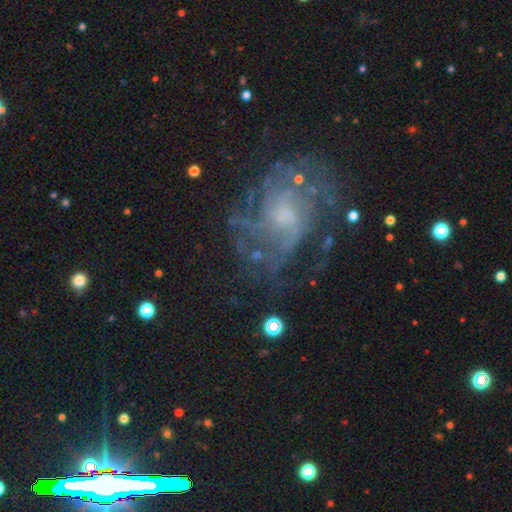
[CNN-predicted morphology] smooth-or-featured: featured or disk: 78% | star or artifact: 12% | smooth: 10%
  disk-edge-on: no: 97% | yes: 3%
    bar: no: 61% | weak: 33% | strong: 6%
    has-spiral-arms: yes: 88% | no: 12%
      spiral-winding: medium: 43% | tight: 35% | loose: 22%
      spiral-arm-count: can't tell: 39% | 2: 17% | 3: 17% | 4: 12% | more than 4: 8% | 1: 7%
    bulge-size: small: 39% | moderate: 33% | none: 22% | large: 5% | dominant: 1%
  merging: none: 63% | major disturbance: 18% | minor disturbance: 17% | merger: 2%